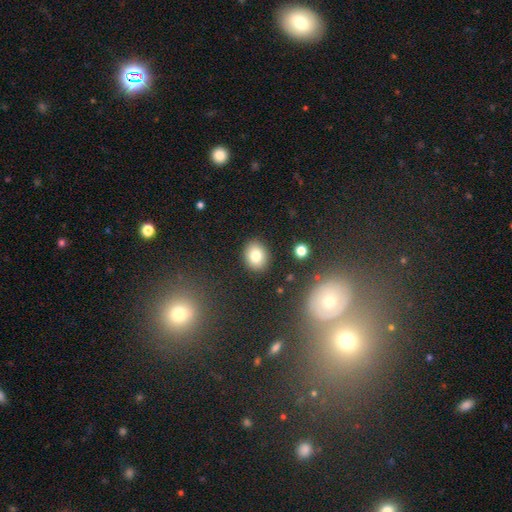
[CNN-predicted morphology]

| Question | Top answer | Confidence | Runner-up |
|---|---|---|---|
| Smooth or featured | smooth | 79% | star or artifact (11%) |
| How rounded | round | 55% | in between (44%) |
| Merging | none | 89% | minor disturbance (7%) |